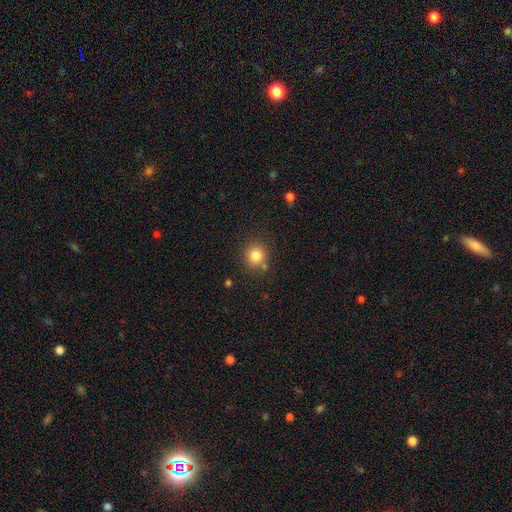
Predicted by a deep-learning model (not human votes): smooth-or-featured: smooth: 82% | star or artifact: 12% | featured or disk: 6%
  how-rounded: round: 89% | in between: 10% | cigar-shaped: 1%
  merging: none: 80% | minor disturbance: 10% | merger: 7% | major disturbance: 3%